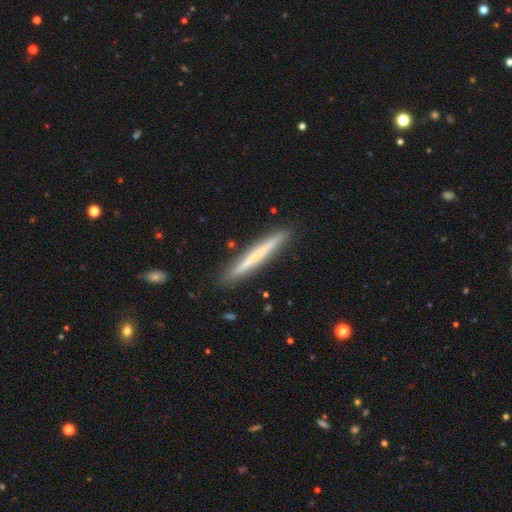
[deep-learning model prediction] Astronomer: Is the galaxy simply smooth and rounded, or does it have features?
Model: smooth — 55% (runner-up: featured or disk, 39%).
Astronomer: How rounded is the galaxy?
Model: cigar-shaped — 97%.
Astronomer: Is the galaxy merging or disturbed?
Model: none — 91%.